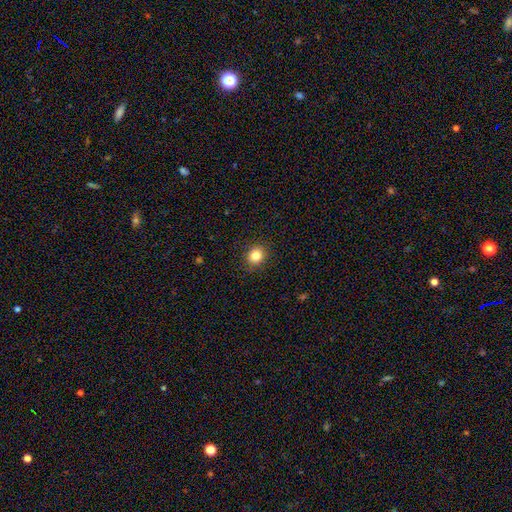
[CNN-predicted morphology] type=smooth (84%); roundness=round (73%); merging=none (89%).